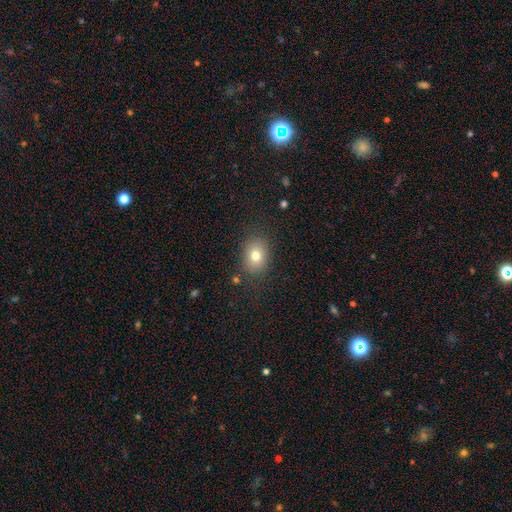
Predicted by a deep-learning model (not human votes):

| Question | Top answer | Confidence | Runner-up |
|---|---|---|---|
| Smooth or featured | smooth | 77% | featured or disk (12%) |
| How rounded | in between | 56% | round (43%) |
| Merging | none | 83% | minor disturbance (11%) |